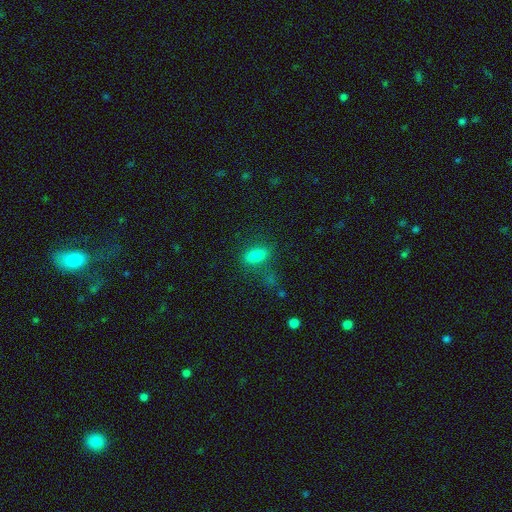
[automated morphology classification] This is clearly a smooth galaxy (81%). How rounded: clearly in between (84%). Merging: likely none (68%).